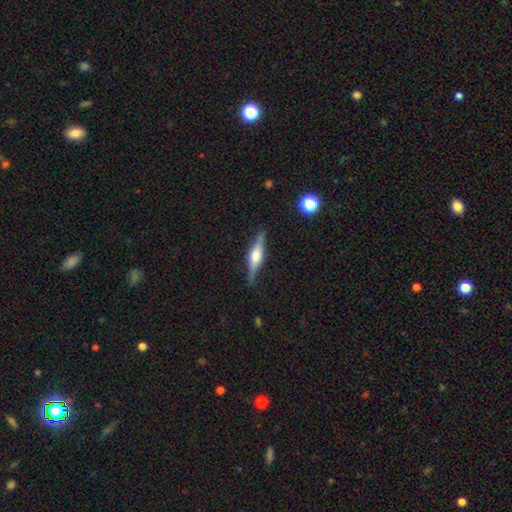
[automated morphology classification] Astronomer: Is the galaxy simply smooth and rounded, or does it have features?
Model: featured or disk — 74%.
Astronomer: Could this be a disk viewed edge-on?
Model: yes — 97%.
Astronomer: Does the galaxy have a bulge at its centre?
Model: rounded — 79%.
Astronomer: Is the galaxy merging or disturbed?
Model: none — 85%.